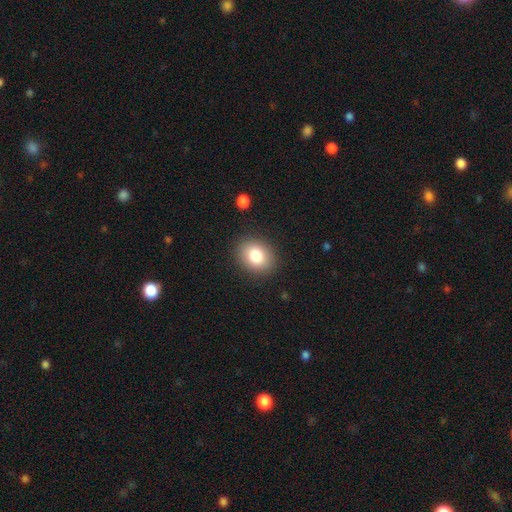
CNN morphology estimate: Smooth or featured? Predicted: smooth (p=0.83). How rounded? Predicted: in between (p=0.51). Merging? Predicted: none (p=0.88).